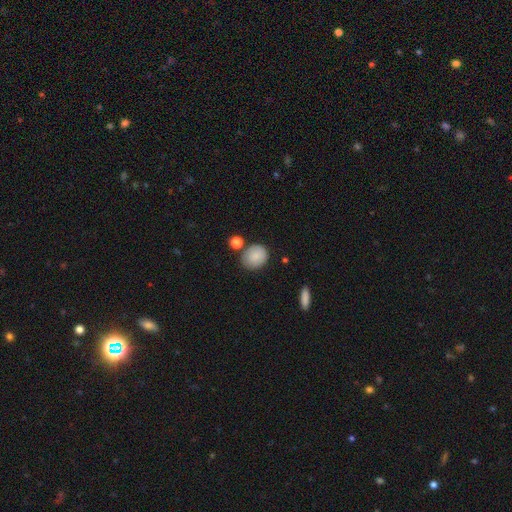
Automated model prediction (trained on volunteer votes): Smooth or featured? Predicted: smooth (p=0.85). How rounded? Predicted: round (p=0.70). Merging? Predicted: none (p=0.75).